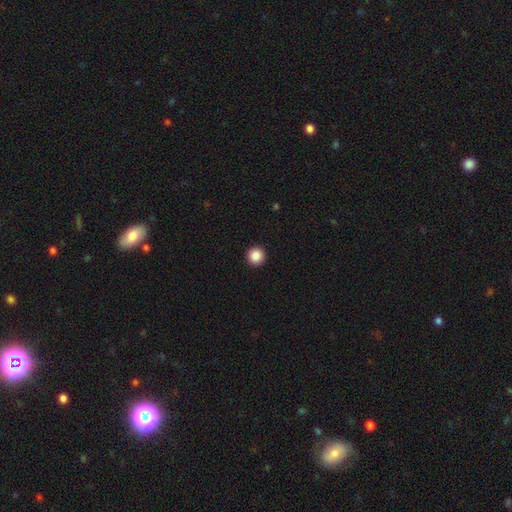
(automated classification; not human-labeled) Smooth or featured? smooth (88%)
How rounded? round (96%)
Merging? none (94%)